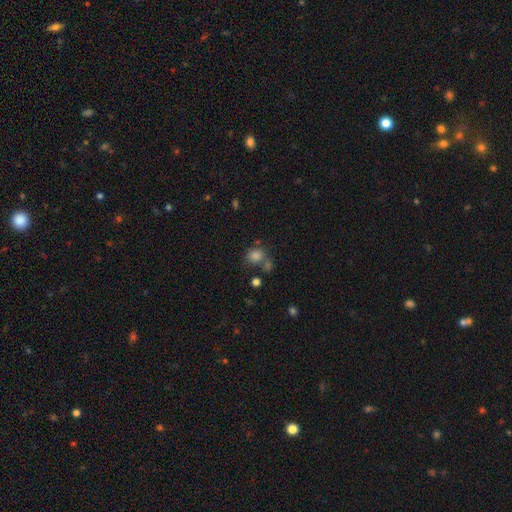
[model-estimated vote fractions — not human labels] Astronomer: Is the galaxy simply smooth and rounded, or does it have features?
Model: smooth — 81%.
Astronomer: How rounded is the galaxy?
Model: round — 72%.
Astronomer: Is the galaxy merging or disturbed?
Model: none — 51%.